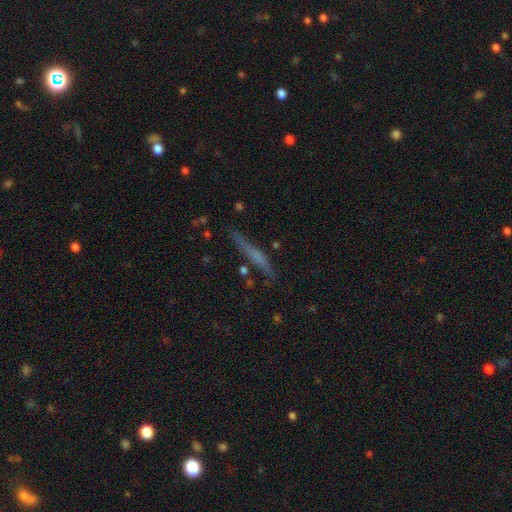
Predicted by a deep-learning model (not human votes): Overall: smooth (49%; featured or disk 41%). Merging: none (76%).